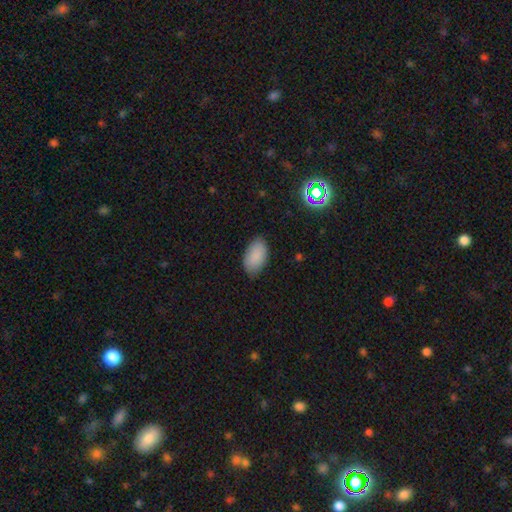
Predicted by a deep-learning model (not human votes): smooth 88%, star or artifact 7%, featured or disk 5%. Down the decision tree: how rounded — in between (94%); merging — none (81%).